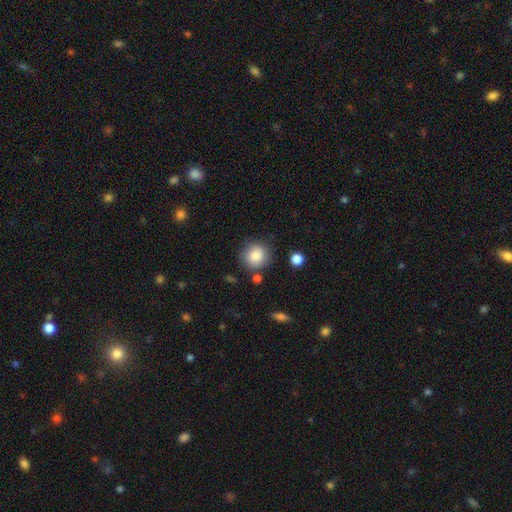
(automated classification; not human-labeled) Smooth or featured?
  - smooth: 85% *
  - star or artifact: 8%
  - featured or disk: 7%
How rounded?
  - round: 88% *
  - in between: 11%
  - cigar-shaped: 1%
Merging?
  - none: 79% *
  - minor disturbance: 13%
  - merger: 5%
  - major disturbance: 4%